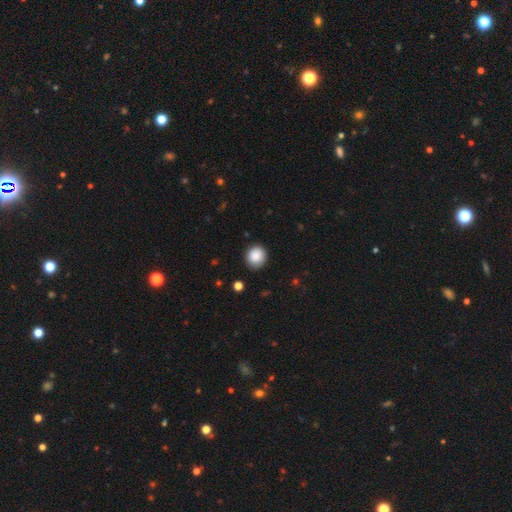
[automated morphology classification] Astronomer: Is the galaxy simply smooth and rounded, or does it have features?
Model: smooth — 88%.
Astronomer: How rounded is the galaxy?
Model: round — 90%.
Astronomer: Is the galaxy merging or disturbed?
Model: none — 87%.